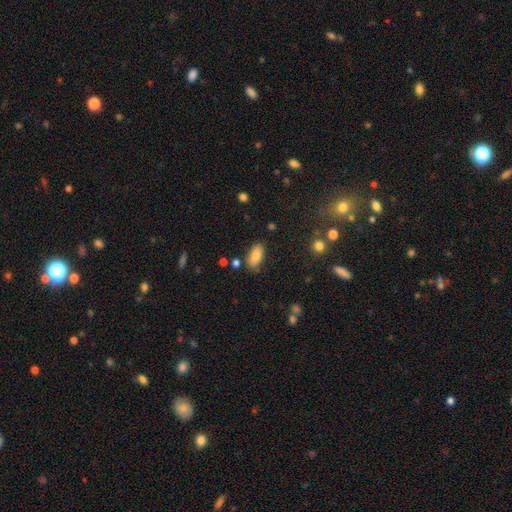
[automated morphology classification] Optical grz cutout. It shows a smooth galaxy with no disk features (82%) that is in between round and cigar-shaped (90%). Merging: none (80%).